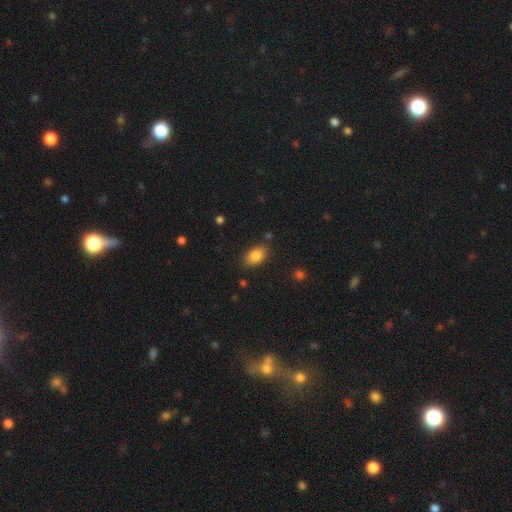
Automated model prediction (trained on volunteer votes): Smooth or featured?
  - smooth: 85% *
  - star or artifact: 9%
  - featured or disk: 7%
How rounded?
  - in between: 89% *
  - round: 8%
  - cigar-shaped: 3%
Merging?
  - none: 82% *
  - minor disturbance: 12%
  - major disturbance: 3%
  - merger: 3%